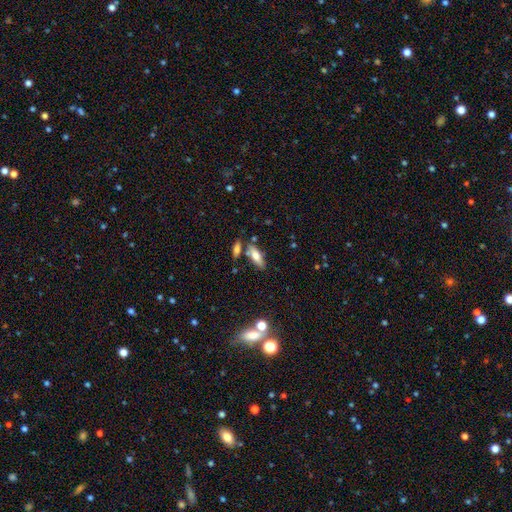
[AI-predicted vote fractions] smooth 64%, featured or disk 27%, star or artifact 8%. Down the decision tree: how rounded — in between (59%); merging — none (68%).